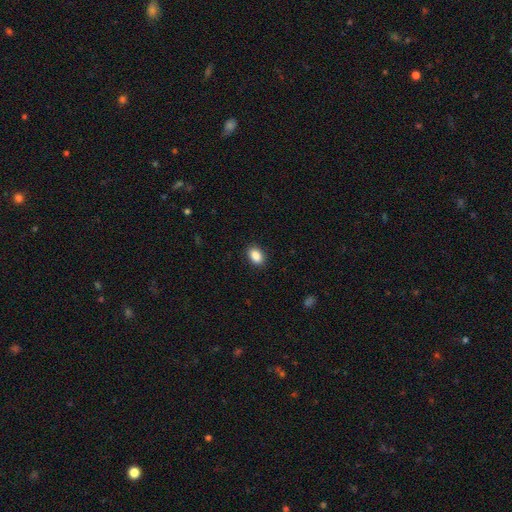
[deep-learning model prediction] smooth_or_featured: smooth (p=0.89) [alt: star or artifact p=0.08]
how_rounded: in between (p=0.84) [alt: round p=0.15]
merging: none (p=0.90) [alt: minor disturbance p=0.07]